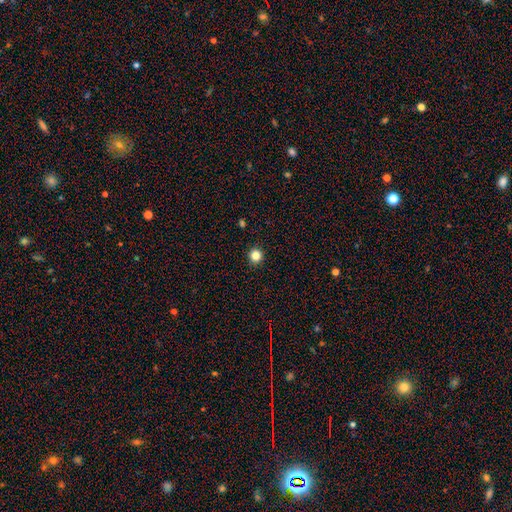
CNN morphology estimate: This appears to be a smooth galaxy with no disk features (83%) that is round (94%). Merging: none (93%).